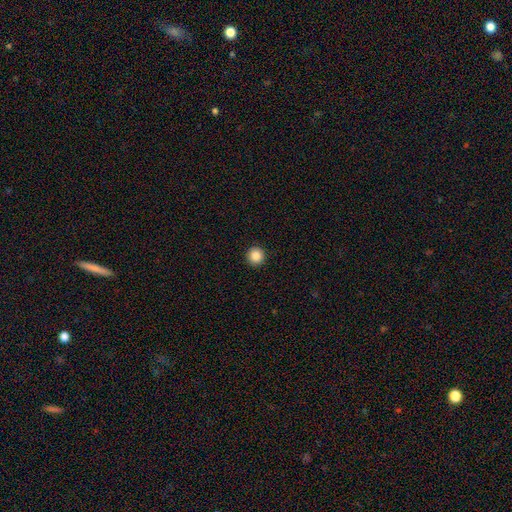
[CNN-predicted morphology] type=smooth (87%); roundness=round (96%); merging=none (93%).